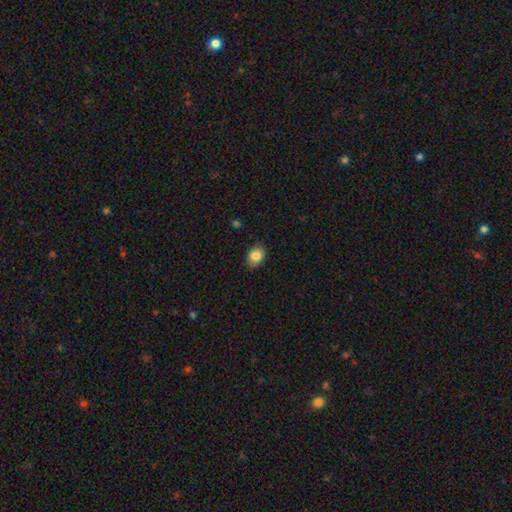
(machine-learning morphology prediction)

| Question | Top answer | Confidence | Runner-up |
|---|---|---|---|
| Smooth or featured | smooth | 85% | star or artifact (9%) |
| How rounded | in between | 64% | round (35%) |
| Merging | none | 88% | minor disturbance (9%) |